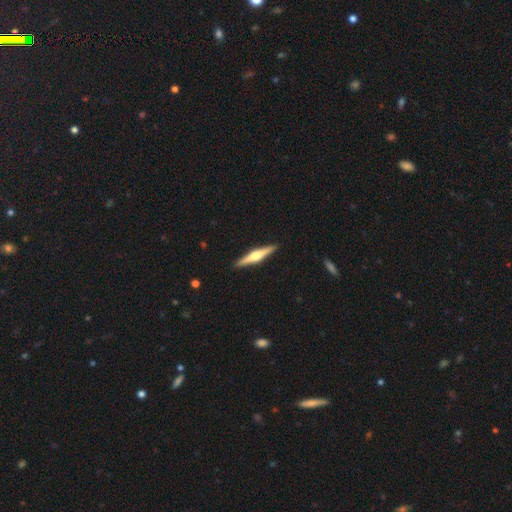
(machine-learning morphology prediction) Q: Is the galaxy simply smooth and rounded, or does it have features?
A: featured or disk — 70%.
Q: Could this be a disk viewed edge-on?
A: yes — 98%.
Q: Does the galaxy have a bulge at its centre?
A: rounded — 90%.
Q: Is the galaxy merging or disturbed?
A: none — 92%.